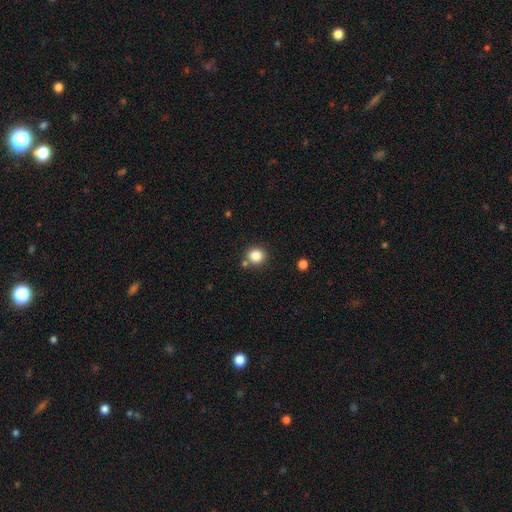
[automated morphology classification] A smooth galaxy with no disk features (83%) that is round (88%).

Vote fractions:
- Smooth or featured? smooth: 83% / star or artifact: 11% / featured or disk: 5%
- How rounded? round: 88% / in between: 11% / cigar-shaped: 1%
- Merging? none: 78% / merger: 10% / minor disturbance: 9% / major disturbance: 3%